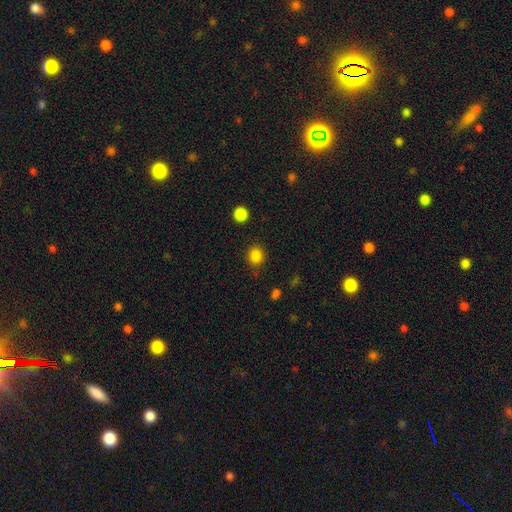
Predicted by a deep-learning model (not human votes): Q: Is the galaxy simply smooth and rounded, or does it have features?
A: smooth — 85%.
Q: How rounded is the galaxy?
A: round — 85%.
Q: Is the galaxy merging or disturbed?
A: none — 86%.